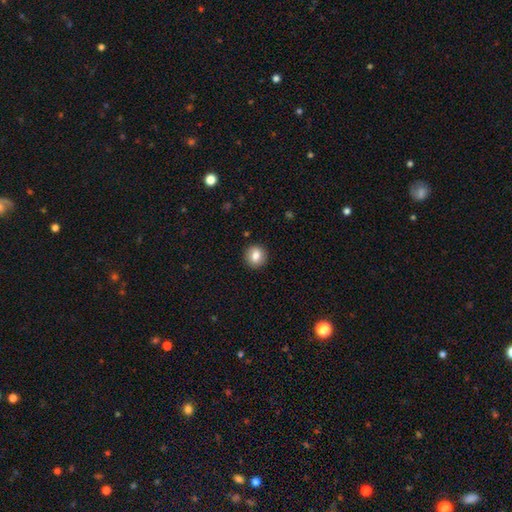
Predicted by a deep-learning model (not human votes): Smooth or featured?
  - smooth: 82% *
  - featured or disk: 9%
  - star or artifact: 9%
How rounded?
  - round: 88% *
  - in between: 11%
  - cigar-shaped: 1%
Merging?
  - none: 91% *
  - minor disturbance: 6%
  - major disturbance: 2%
  - merger: 1%